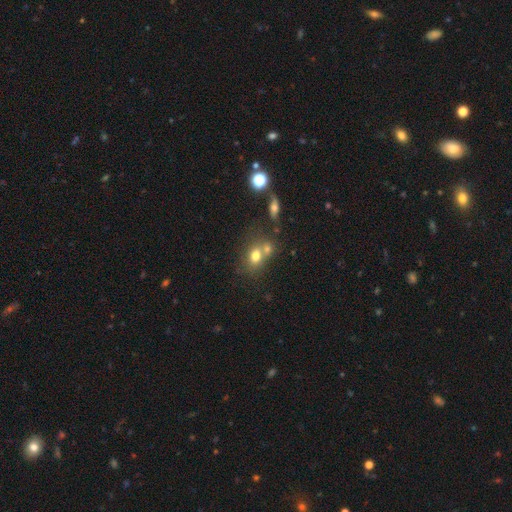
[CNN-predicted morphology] Smooth or featured? Predicted: smooth (p=0.71). How rounded? Predicted: in between (p=0.51). Merging? Predicted: merger (p=0.44).